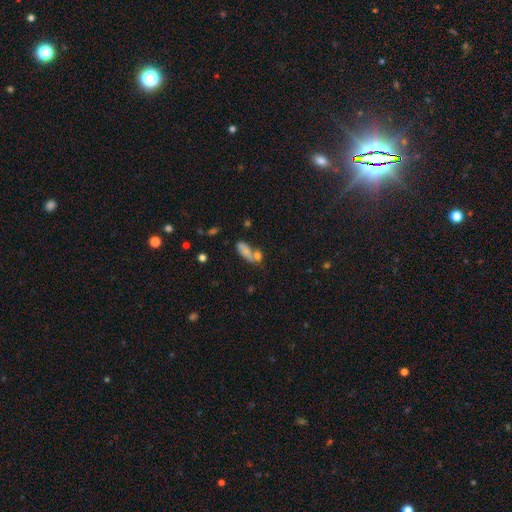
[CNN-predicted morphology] The model was most divided on "merging": none: 41%, merger: 40%, minor disturbance: 12%, major disturbance: 7%. More confident: smooth or featured — smooth (68%); how rounded — in between (65%).